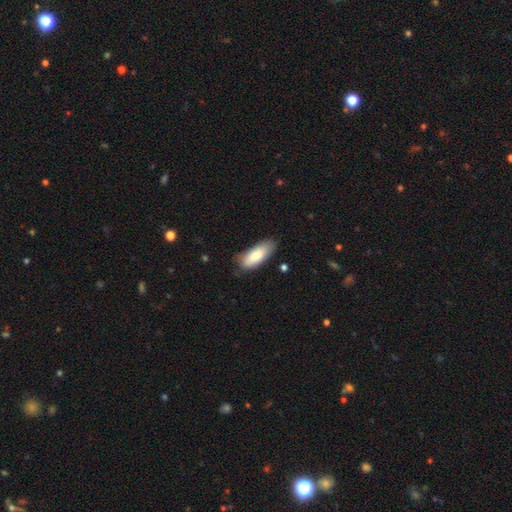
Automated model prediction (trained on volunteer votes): smooth-or-featured: smooth: 79% | featured or disk: 15% | star or artifact: 6%
  how-rounded: in between: 76% | cigar-shaped: 22% | round: 2%
  merging: none: 75% | minor disturbance: 20% | major disturbance: 4% | merger: 2%